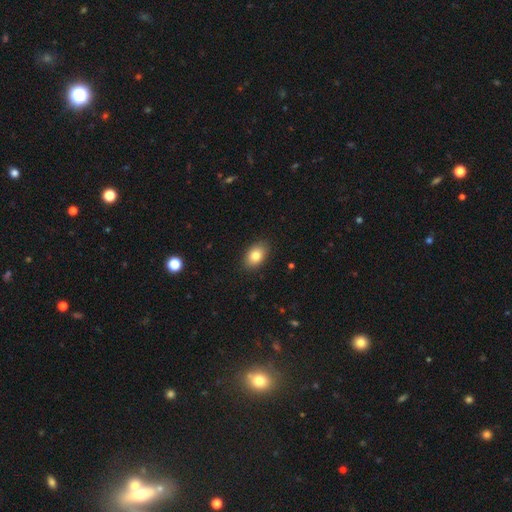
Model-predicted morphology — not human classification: type=smooth (81%); roundness=in between (87%); merging=none (88%).